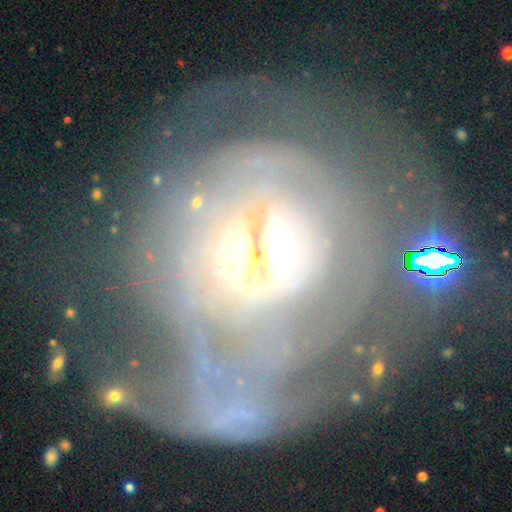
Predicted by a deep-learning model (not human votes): This appears to be a featured or disk galaxy (67%) with no bar (69%), spiral arms (52%) and a moderate central bulge (37%). Merging: major disturbance (48%).